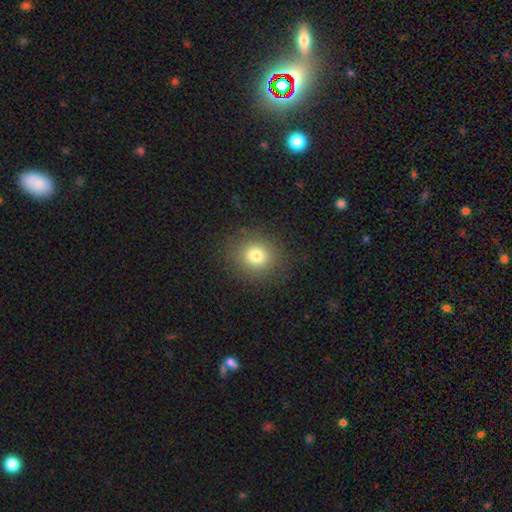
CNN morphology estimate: A smooth galaxy with no disk features (77%) that is round (83%). Merging: none (87%).